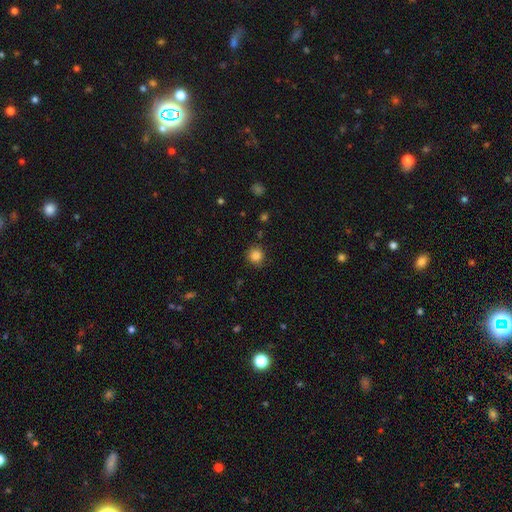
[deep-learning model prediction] smooth_or_featured: smooth (p=0.85) [alt: star or artifact p=0.11]
how_rounded: round (p=0.92) [alt: in between p=0.07]
merging: none (p=0.86) [alt: minor disturbance p=0.10]